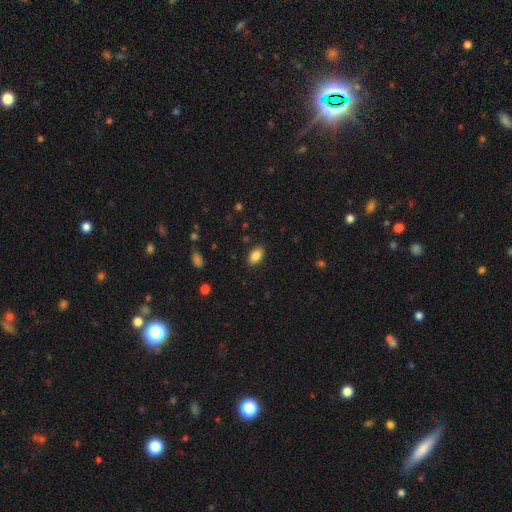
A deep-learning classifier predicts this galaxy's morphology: Smooth or featured: smooth — 86% (star or artifact — 8%)
How rounded: in between — 90% (round — 8%)
Merging: none — 87% (minor disturbance — 9%)